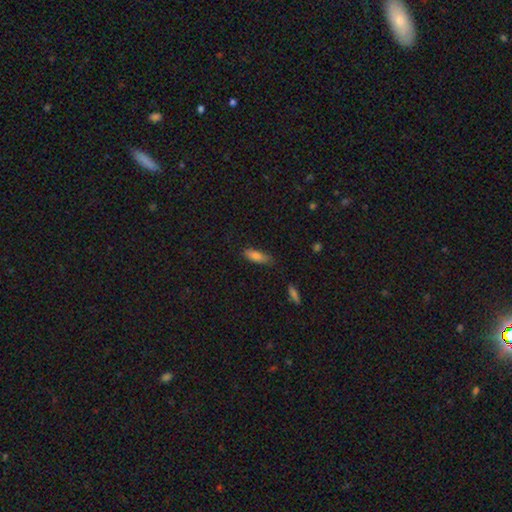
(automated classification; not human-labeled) Smooth or featured: smooth — 82% (featured or disk — 10%)
How rounded: in between — 64% (cigar-shaped — 34%)
Merging: none — 66% (minor disturbance — 27%)